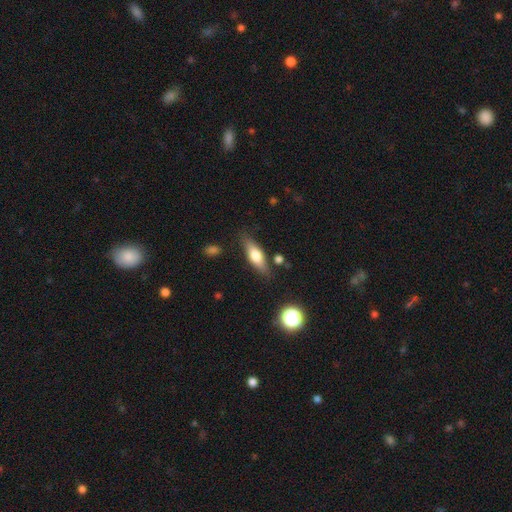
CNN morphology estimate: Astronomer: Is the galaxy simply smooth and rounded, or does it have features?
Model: smooth — 59%.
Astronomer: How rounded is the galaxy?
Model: in between — 51% (runner-up: cigar-shaped, 45%).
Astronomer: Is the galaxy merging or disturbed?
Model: none — 80%.